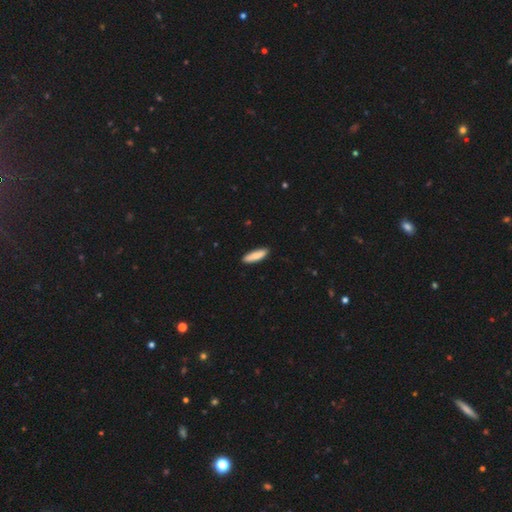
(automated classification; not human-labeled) Smooth or featured? smooth (85%)
How rounded? cigar-shaped (62%)
Merging? none (87%)